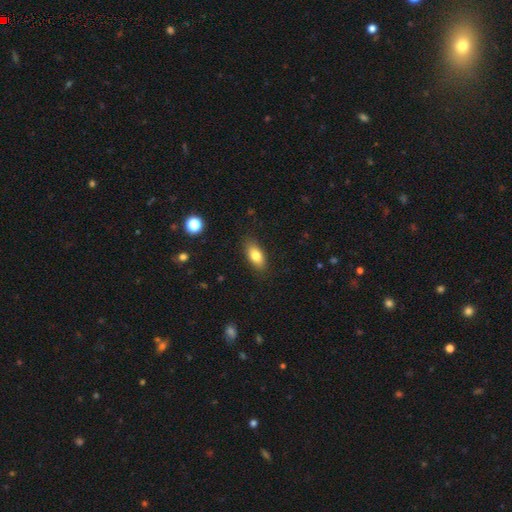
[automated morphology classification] The model was most divided on "smooth or featured": smooth: 80%, featured or disk: 12%, star or artifact: 8%. More confident: merging — none (86%); how rounded — in between (85%).